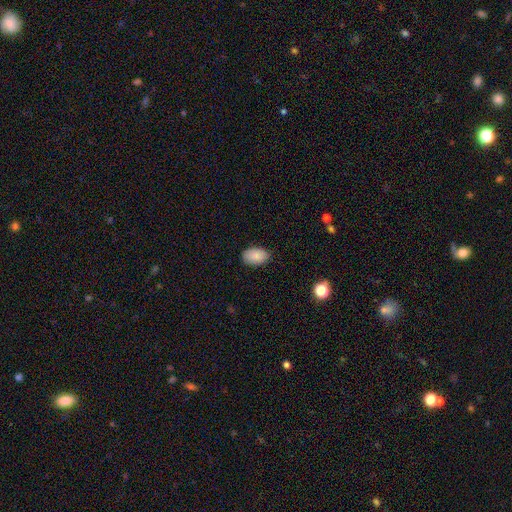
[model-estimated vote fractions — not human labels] Morphology: type=smooth (87%); roundness=in between (91%); merging=none (85%).